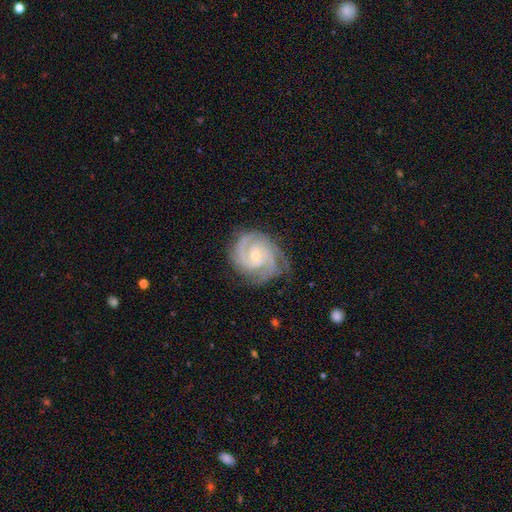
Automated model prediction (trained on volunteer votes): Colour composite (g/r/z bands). It shows a featured or disk galaxy (92%) with no bar (66%), 3 (43%) tight (71%) spiral arms (98%) and a small central bulge (72%). Merging: none (76%).